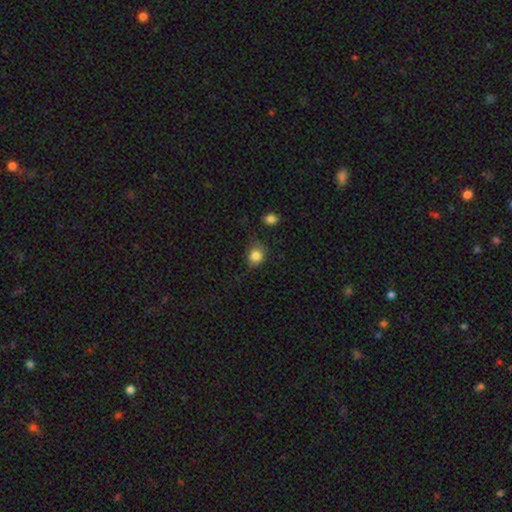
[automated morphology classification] Q: Smooth or featured?
A: smooth (84%); runner-up: star or artifact (10%)
Q: How rounded?
A: round (67%); runner-up: in between (32%)
Q: Merging?
A: none (61%); runner-up: minor disturbance (27%)